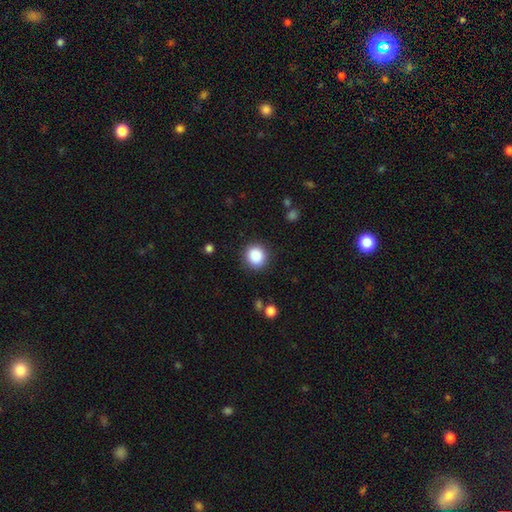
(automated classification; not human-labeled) A smooth galaxy with no disk features (88%) that is round (89%). Merging: none (89%).